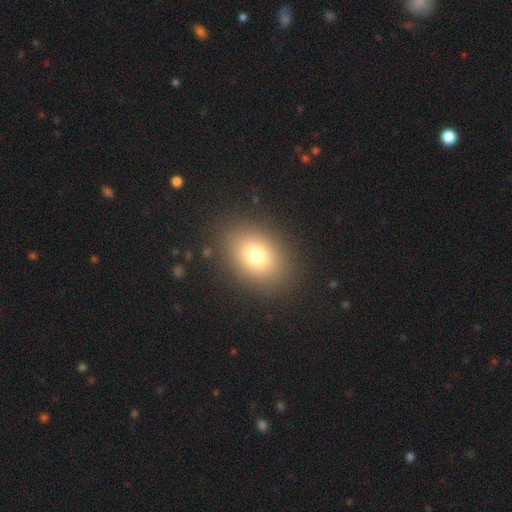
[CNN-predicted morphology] Overall: smooth (76%). How rounded: in between (67%; round 32%). Merging: none (87%).